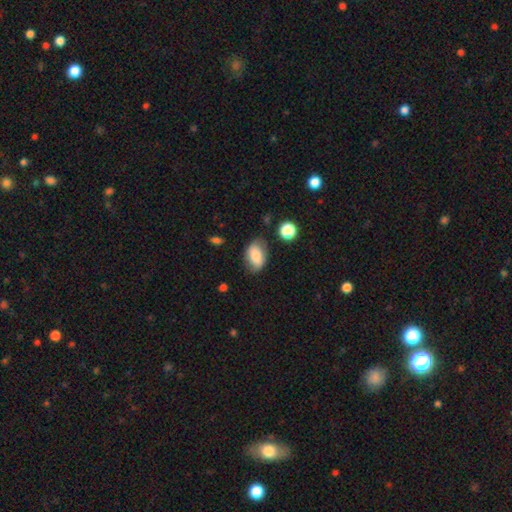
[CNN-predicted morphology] smooth 76%, featured or disk 16%, star or artifact 8%. Down the decision tree: how rounded — in between (88%); merging — none (70%).